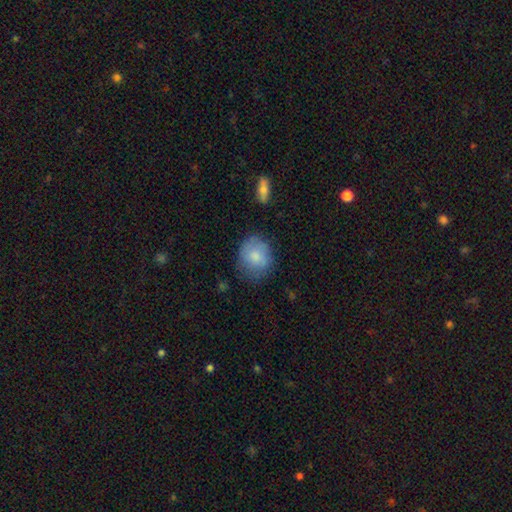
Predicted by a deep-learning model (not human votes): This is likely a smooth galaxy (78%). How rounded: likely round (67%). Merging: likely none (64%).